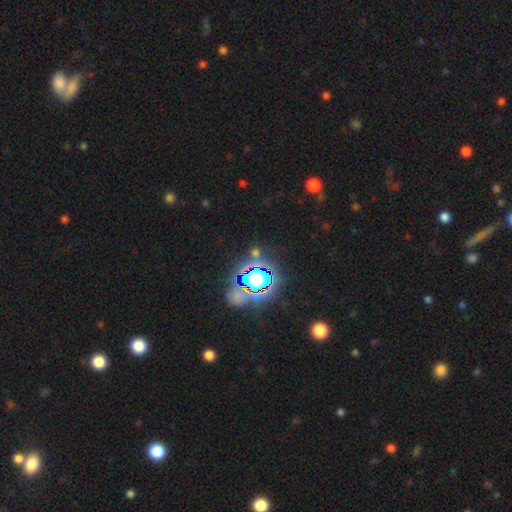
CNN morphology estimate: The model was most divided on "smooth or featured": star or artifact: 74%, smooth: 17%, featured or disk: 10%.